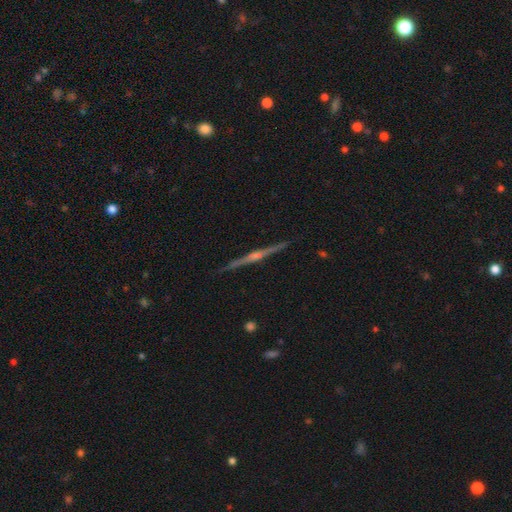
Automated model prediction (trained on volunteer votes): Smooth or featured: featured or disk — 82% (smooth — 10%)
Edge-on disk: yes — 98% (no — 2%)
Edge-on bulge: rounded — 84% (none — 10%)
Merging: none — 90% (minor disturbance — 7%)